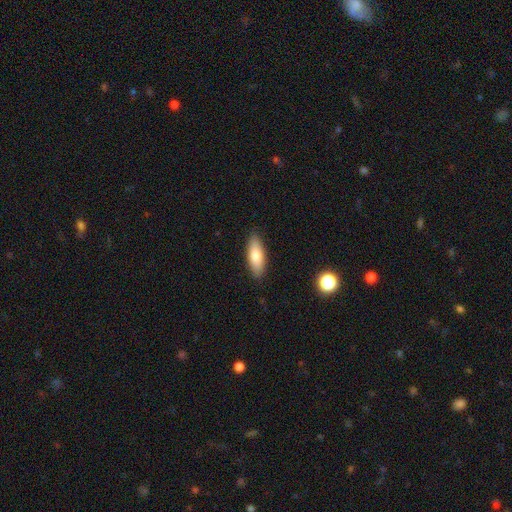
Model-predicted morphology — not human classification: smooth_or_featured: smooth (p=0.78) [alt: featured or disk p=0.16]
how_rounded: in between (p=0.67) [alt: cigar-shaped p=0.31]
merging: none (p=0.89) [alt: minor disturbance p=0.08]